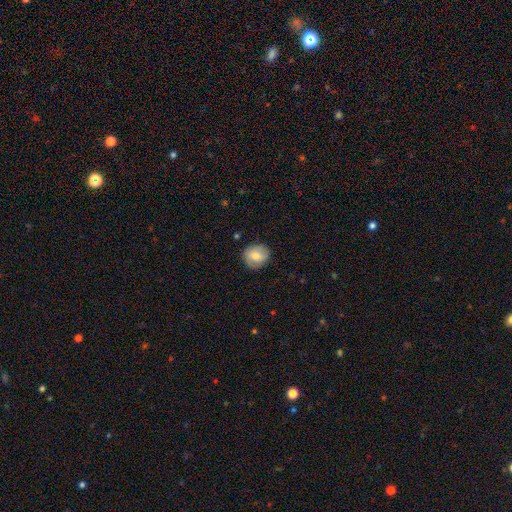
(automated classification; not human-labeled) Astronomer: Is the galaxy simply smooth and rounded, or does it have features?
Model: smooth — 70%.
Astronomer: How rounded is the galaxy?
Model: round — 79%.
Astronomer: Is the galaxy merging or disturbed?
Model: none — 81%.